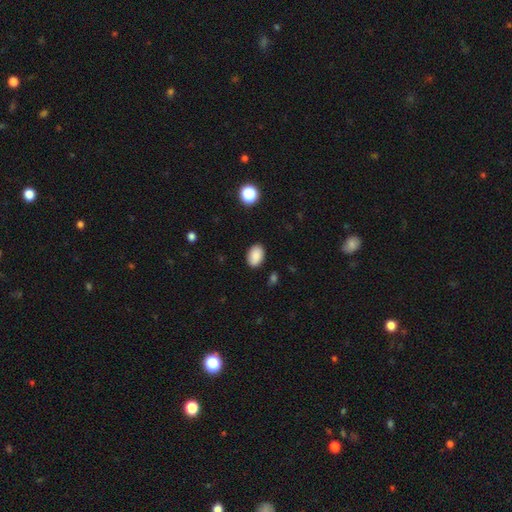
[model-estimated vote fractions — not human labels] Q: Smooth or featured?
A: smooth (87%); runner-up: star or artifact (8%)
Q: How rounded?
A: in between (85%); runner-up: round (14%)
Q: Merging?
A: none (87%); runner-up: minor disturbance (9%)